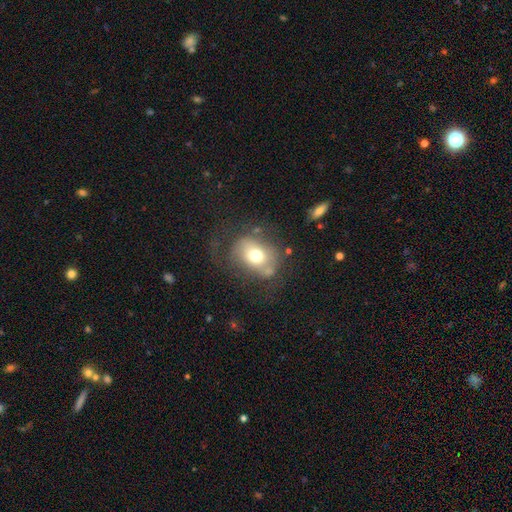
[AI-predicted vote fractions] Morphology: type=smooth (60%); roundness=in between (56%); merging=none (47%).